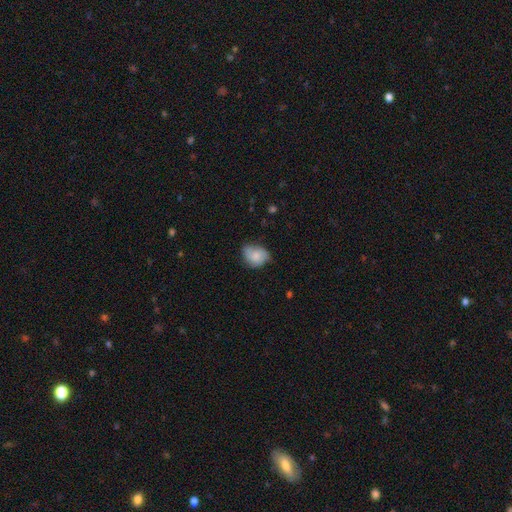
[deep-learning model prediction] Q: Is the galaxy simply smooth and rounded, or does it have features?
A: smooth — 70%.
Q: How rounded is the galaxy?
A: in between — 53%.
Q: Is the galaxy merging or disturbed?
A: none — 49%.